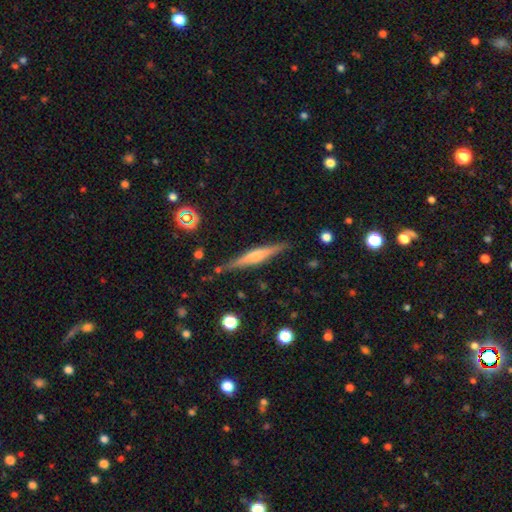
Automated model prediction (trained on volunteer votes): smooth_or_featured: featured or disk (p=0.64) [alt: smooth p=0.29]
disk_edge_on: yes (p=0.97) [alt: no p=0.03]
edge_on_bulge: rounded (p=0.74) [alt: none p=0.15]
merging: none (p=0.87) [alt: minor disturbance p=0.10]